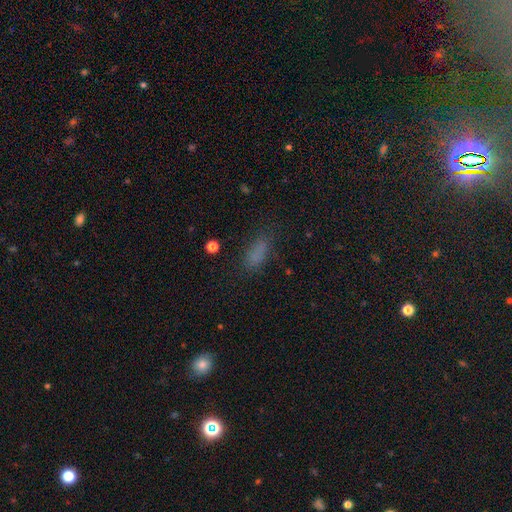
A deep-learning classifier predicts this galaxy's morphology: type=smooth (76%); roundness=in between (76%); merging=none (68%).